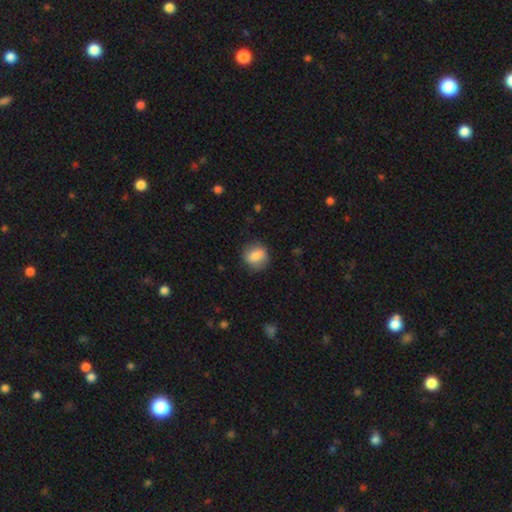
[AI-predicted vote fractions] Smooth or featured: smooth — 79% (featured or disk — 13%)
How rounded: round — 74% (in between — 25%)
Merging: none — 79% (minor disturbance — 16%)